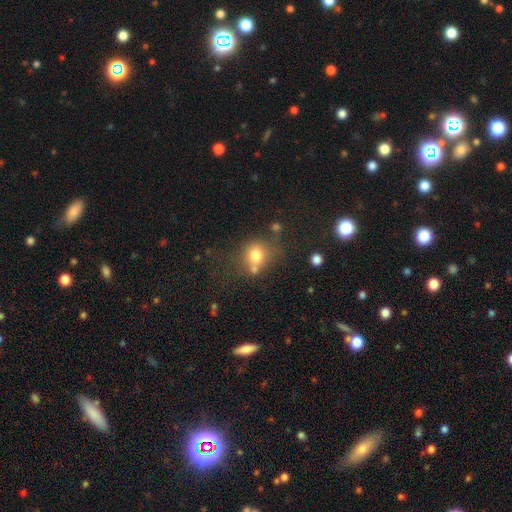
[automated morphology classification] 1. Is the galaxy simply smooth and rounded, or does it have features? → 75% smooth, 13% star or artifact, 12% featured or disk.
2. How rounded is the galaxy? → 73% round, 26% in between, 1% cigar-shaped.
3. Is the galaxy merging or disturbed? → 51% none, 23% merger, 18% minor disturbance, 9% major disturbance.